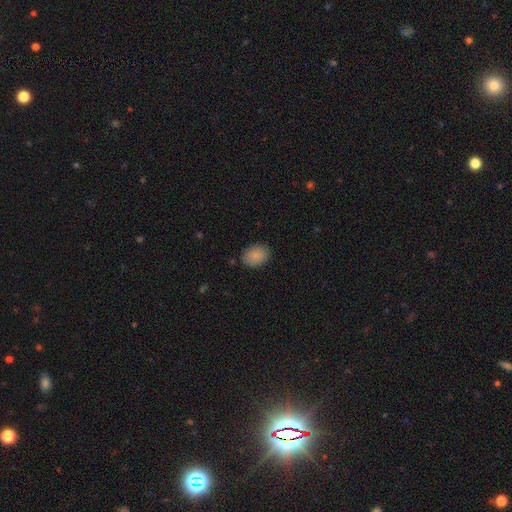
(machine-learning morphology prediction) Smooth or featured: smooth — 87% (star or artifact — 8%)
How rounded: in between — 71% (round — 28%)
Merging: none — 86% (minor disturbance — 11%)